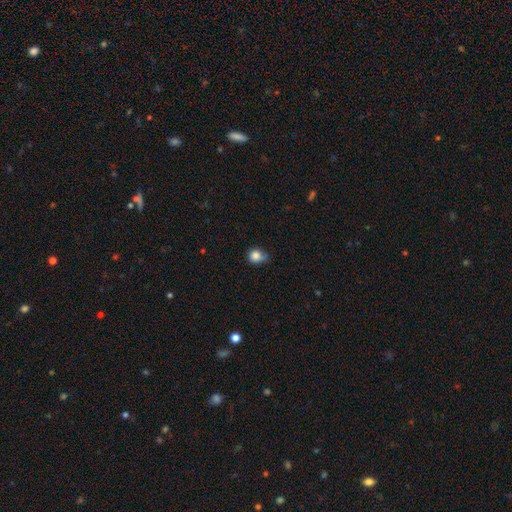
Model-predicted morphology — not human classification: Smooth or featured? smooth (83%)
How rounded? round (70%)
Merging? none (47%)